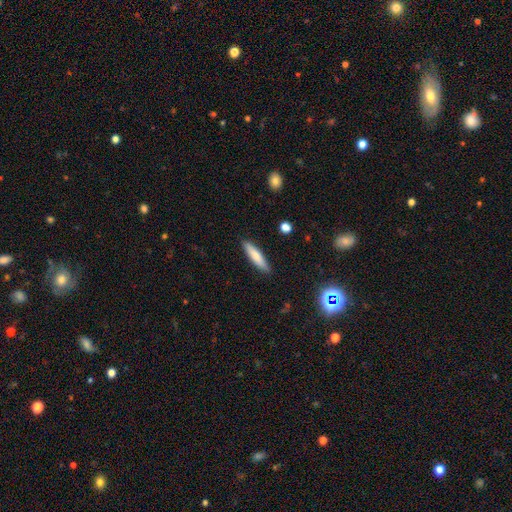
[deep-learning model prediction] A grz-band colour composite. It shows a smooth galaxy with no disk features (74%) that is cigar-shaped (81%). Merging: none (89%).